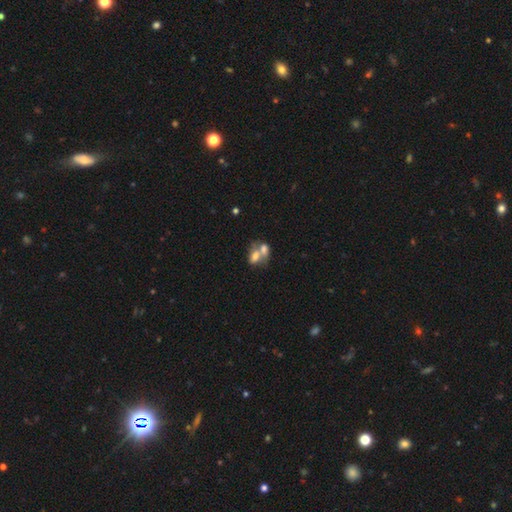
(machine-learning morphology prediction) Overall: smooth (66%). How rounded: in between (75%). Merging: merger (69%).